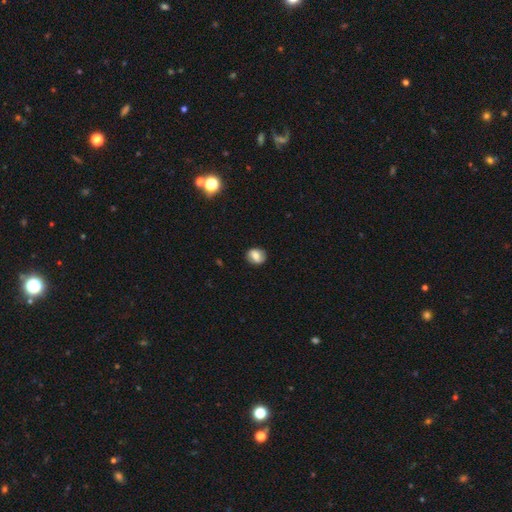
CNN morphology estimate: Smooth or featured? smooth (66%)
How rounded? round (56%)
Merging? none (84%)